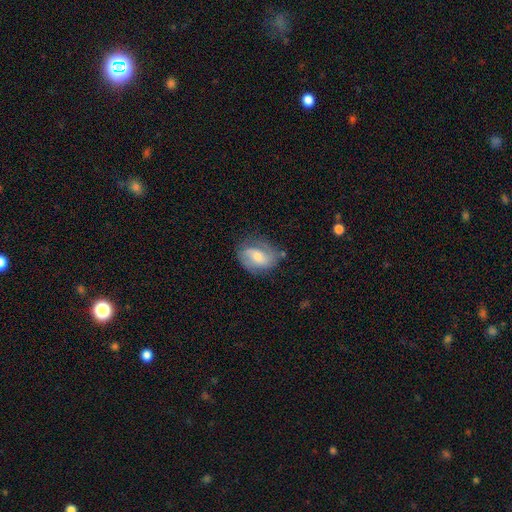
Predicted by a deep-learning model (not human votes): Overall: featured or disk (58%; smooth 35%). Edge-on disk: no (96%). Bar: weak (45%; no 35%). Spiral arms: yes (84%). Bulge size: moderate (54%; small 36%). Merging: none (67%).